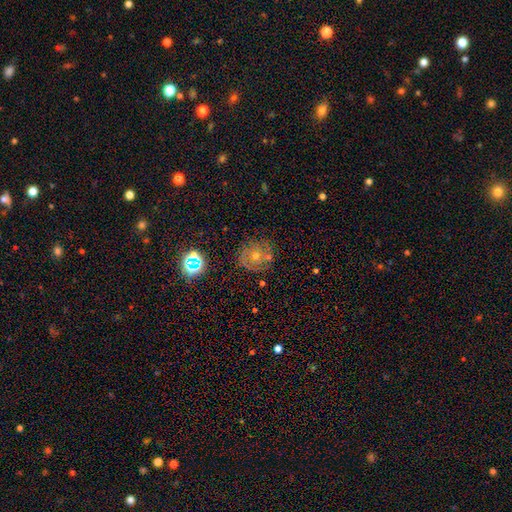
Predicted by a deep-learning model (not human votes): A featured or disk galaxy (58%) with no bar (81%), spiral arms (81%) and a moderate central bulge (56%).

Vote fractions:
- Smooth or featured? featured or disk: 58% / star or artifact: 22% / smooth: 20%
- Edge-on disk? no: 96% / yes: 4%
- Bar? no: 81% / weak: 15% / strong: 4%
- Spiral arms? yes: 81% / no: 19%
- Bulge size? moderate: 56% / small: 39% / large: 2% / none: 2% / dominant: 1%
- Merging? none: 77% / minor disturbance: 13% / major disturbance: 5% / merger: 5%